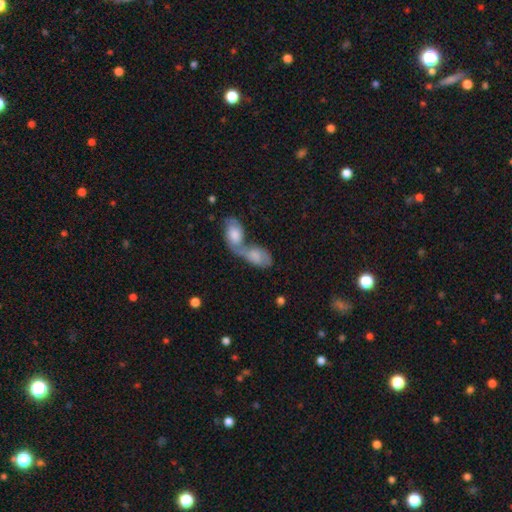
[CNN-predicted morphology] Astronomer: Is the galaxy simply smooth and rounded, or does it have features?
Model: smooth — 64%.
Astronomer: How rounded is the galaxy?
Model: in between — 89%.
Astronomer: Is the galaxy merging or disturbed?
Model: merger — 79%.